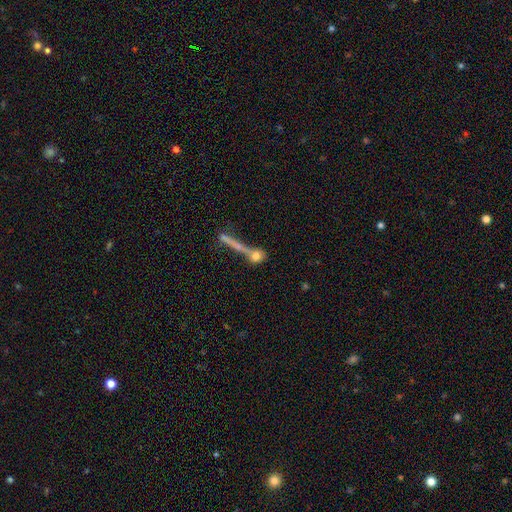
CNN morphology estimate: Q: Smooth or featured?
A: smooth (66%); runner-up: featured or disk (22%)
Q: How rounded?
A: round (58%); runner-up: in between (23%)
Q: Merging?
A: none (46%); runner-up: merger (36%)